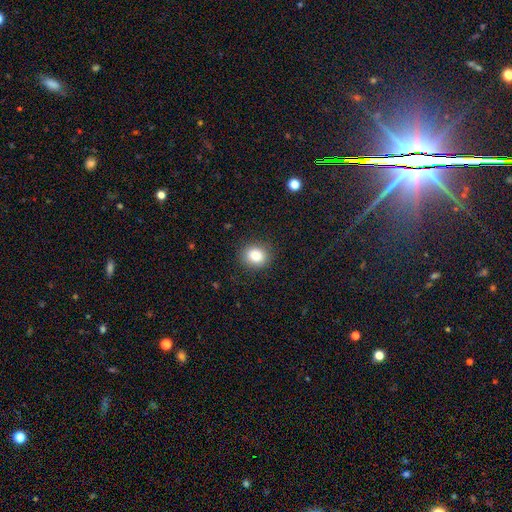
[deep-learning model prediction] Q: Smooth or featured?
A: smooth (85%); runner-up: star or artifact (9%)
Q: How rounded?
A: round (60%); runner-up: in between (39%)
Q: Merging?
A: none (87%); runner-up: minor disturbance (9%)